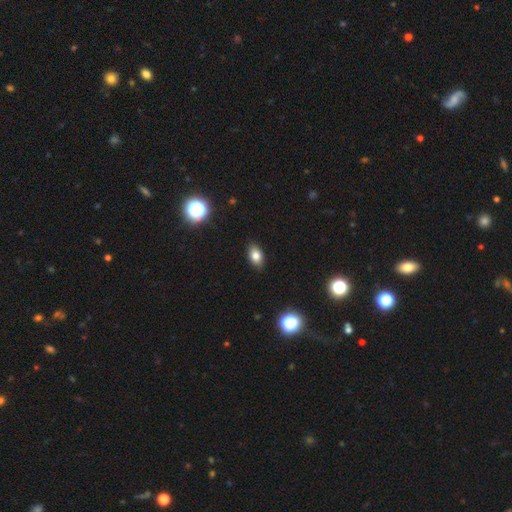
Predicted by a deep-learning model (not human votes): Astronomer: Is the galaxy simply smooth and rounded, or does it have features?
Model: smooth — 80%.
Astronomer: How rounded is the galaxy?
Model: in between — 87%.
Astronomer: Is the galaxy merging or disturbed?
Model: none — 87%.